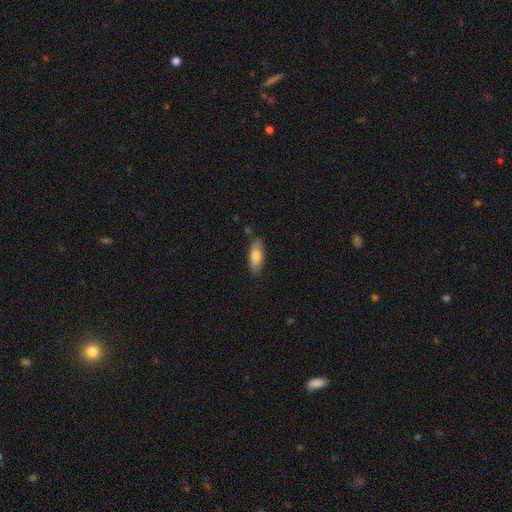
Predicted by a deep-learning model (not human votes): Smooth or featured? Predicted: smooth (p=0.77). How rounded? Predicted: in between (p=0.71). Merging? Predicted: none (p=0.78).